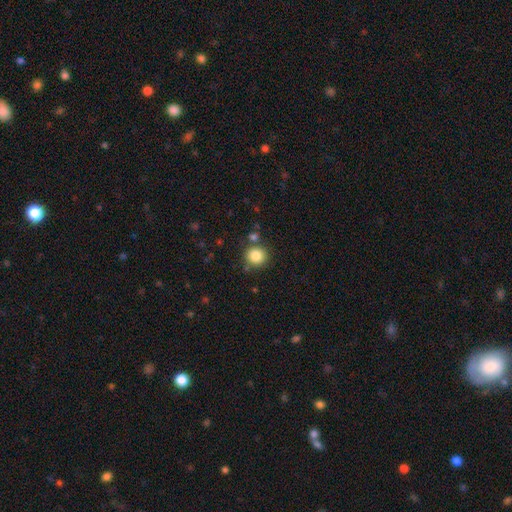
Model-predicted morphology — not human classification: The model was most divided on "merging": none: 79%, minor disturbance: 9%, merger: 9%, major disturbance: 3%. More confident: how rounded — round (90%); smooth or featured — smooth (84%).